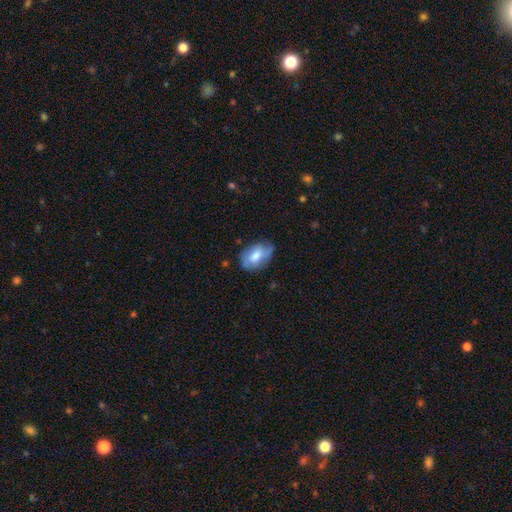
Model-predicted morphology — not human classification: Smooth or featured: smooth — 67% (featured or disk — 26%)
How rounded: in between — 88% (round — 10%)
Merging: none — 60% (minor disturbance — 30%)